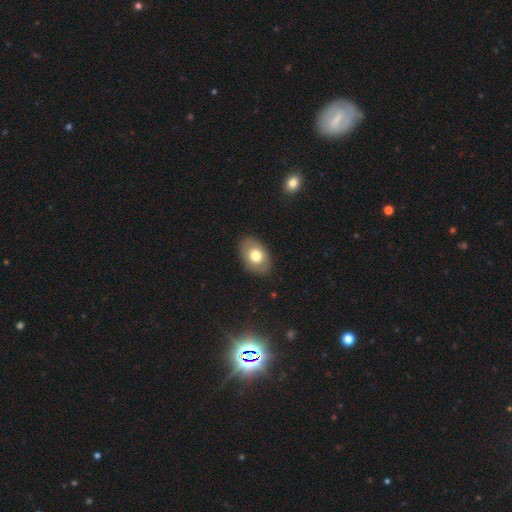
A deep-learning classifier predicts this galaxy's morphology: smooth_or_featured: smooth (p=0.71) [alt: featured or disk p=0.22]
how_rounded: in between (p=0.86) [alt: round p=0.13]
merging: none (p=0.86) [alt: minor disturbance p=0.10]